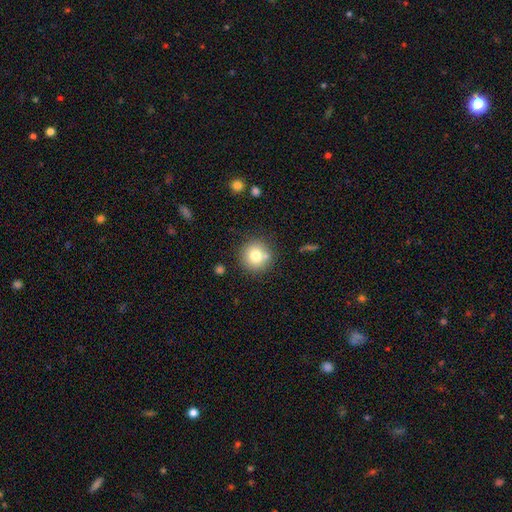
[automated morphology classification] Smooth or featured? Predicted: smooth (p=0.77). How rounded? Predicted: round (p=0.94). Merging? Predicted: none (p=0.77).